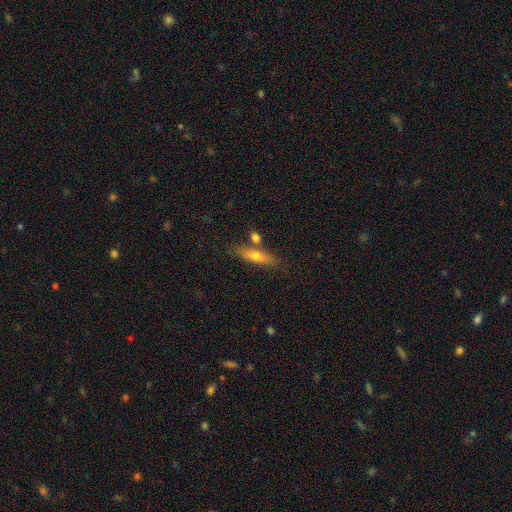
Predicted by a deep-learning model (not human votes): Morphology: type=smooth (62%); roundness=cigar-shaped (64%); merging=none (71%).